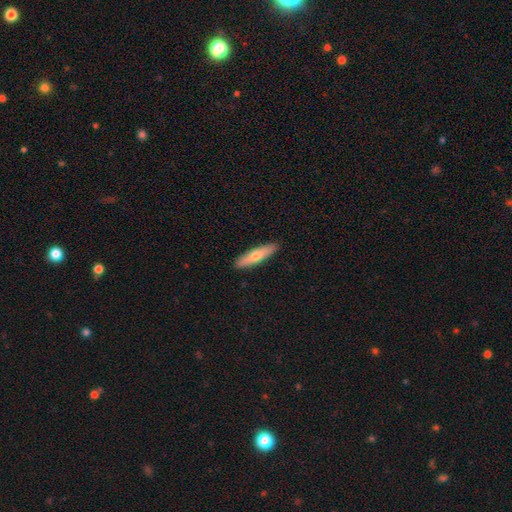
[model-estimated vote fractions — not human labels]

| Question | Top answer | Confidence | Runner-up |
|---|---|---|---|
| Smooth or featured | smooth | 59% | featured or disk (35%) |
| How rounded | cigar-shaped | 79% | in between (19%) |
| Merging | none | 91% | minor disturbance (6%) |